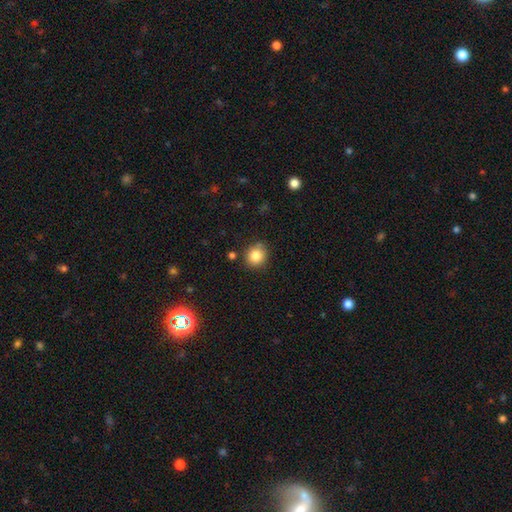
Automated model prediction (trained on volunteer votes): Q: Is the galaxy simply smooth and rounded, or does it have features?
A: smooth — 84%.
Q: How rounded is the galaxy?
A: round — 84%.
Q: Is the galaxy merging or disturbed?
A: none — 82%.